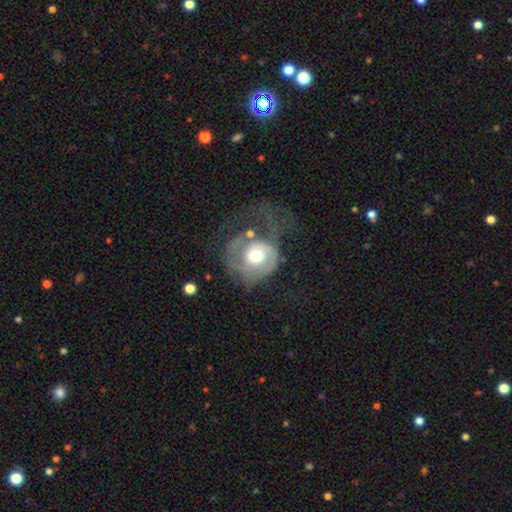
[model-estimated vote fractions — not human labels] Smooth or featured? smooth (46%, tied with featured or disk)
Merging? major disturbance (56%)